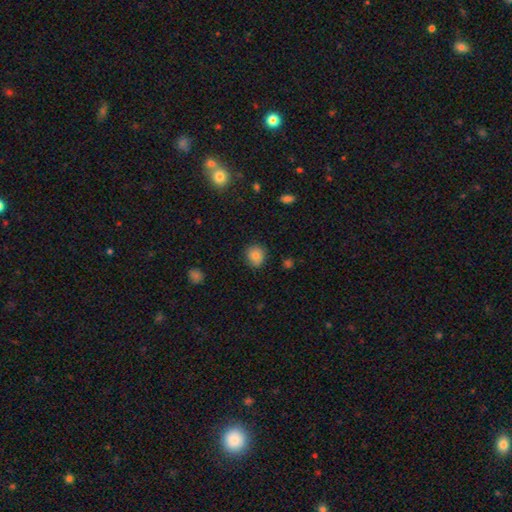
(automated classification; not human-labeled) Smooth or featured? Predicted: smooth (p=0.82). How rounded? Predicted: round (p=0.85). Merging? Predicted: none (p=0.83).